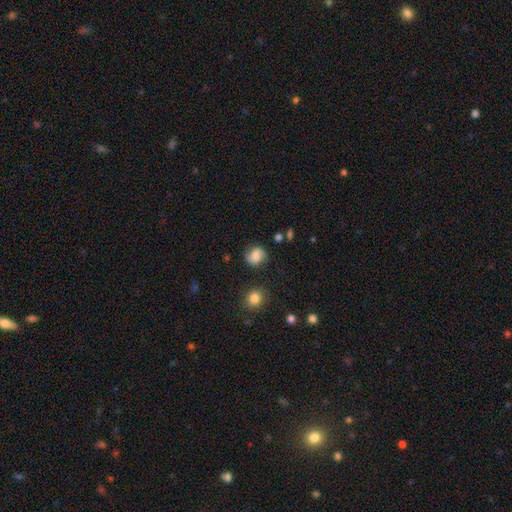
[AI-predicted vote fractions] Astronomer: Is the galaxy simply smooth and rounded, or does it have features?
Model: smooth — 55% (runner-up: featured or disk, 34%).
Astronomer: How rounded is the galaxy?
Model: round — 70%.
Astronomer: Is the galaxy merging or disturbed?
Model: none — 73%.